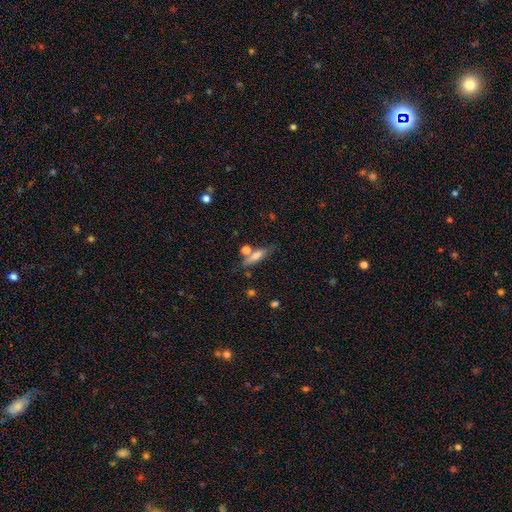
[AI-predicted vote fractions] A smooth galaxy with no disk features (67%) that is cigar-shaped (60%).

Vote fractions:
- Smooth or featured? smooth: 67% / featured or disk: 24% / star or artifact: 9%
- How rounded? cigar-shaped: 60% / in between: 36% / round: 4%
- Merging? none: 62% / merger: 16% / minor disturbance: 16% / major disturbance: 6%